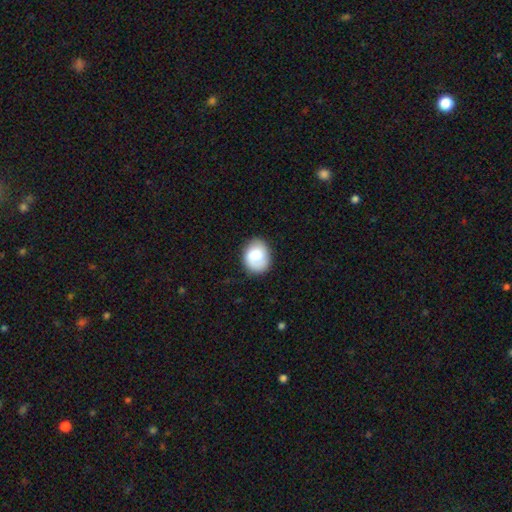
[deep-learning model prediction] This appears to be a smooth galaxy with no disk features (77%) that is round (50%). Merging: none (78%).